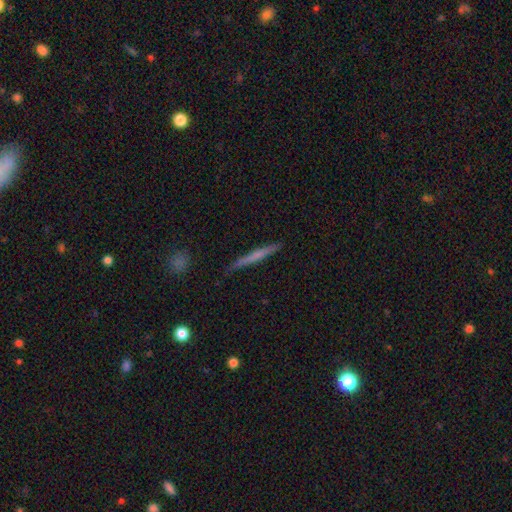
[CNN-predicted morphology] Smooth or featured: smooth — 51% (featured or disk — 43%)
How rounded: cigar-shaped — 96% (in between — 2%)
Merging: none — 85% (minor disturbance — 12%)